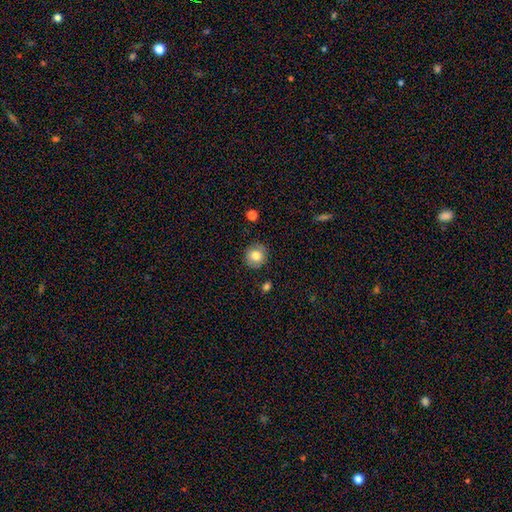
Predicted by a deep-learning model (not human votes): Smooth or featured: smooth — 80% (featured or disk — 11%)
How rounded: round — 88% (in between — 12%)
Merging: none — 87% (minor disturbance — 9%)